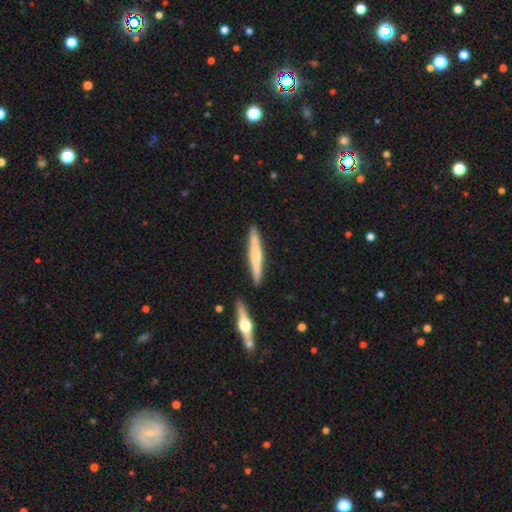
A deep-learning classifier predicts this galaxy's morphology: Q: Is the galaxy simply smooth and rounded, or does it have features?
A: smooth — 48%.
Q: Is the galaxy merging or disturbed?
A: none — 87%.